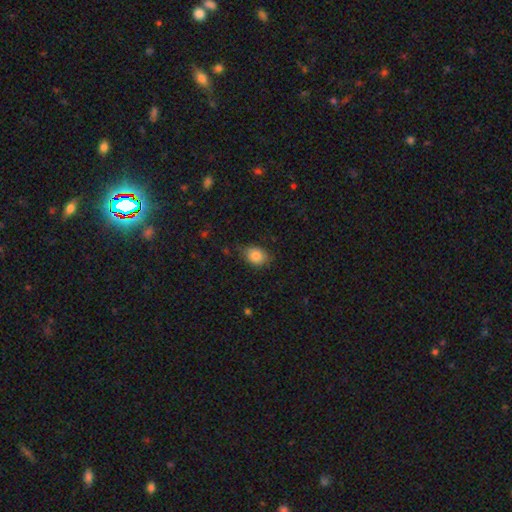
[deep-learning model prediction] A smooth galaxy with no disk features (84%) that is in between round and cigar-shaped (63%).

Vote fractions:
- Smooth or featured? smooth: 84% / star or artifact: 9% / featured or disk: 7%
- How rounded? in between: 63% / round: 36% / cigar-shaped: 1%
- Merging? none: 75% / minor disturbance: 20% / major disturbance: 4% / merger: 1%